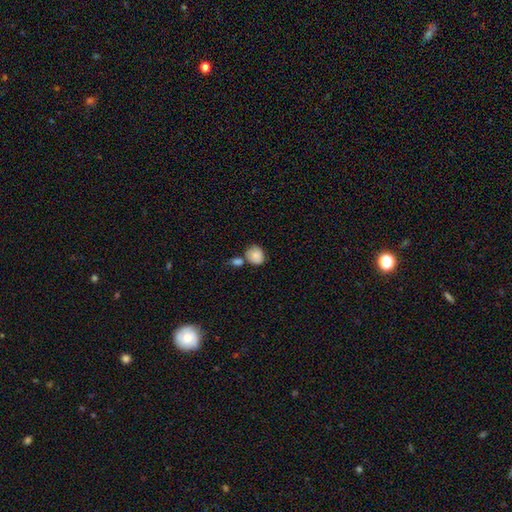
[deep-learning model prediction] Smooth or featured? Predicted: smooth (p=0.84). How rounded? Predicted: round (p=0.69). Merging? Predicted: none (p=0.51).